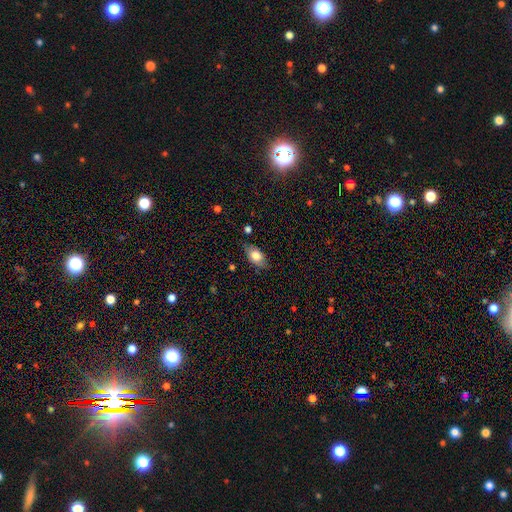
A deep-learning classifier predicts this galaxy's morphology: Smooth or featured: smooth — 75% (featured or disk — 17%)
How rounded: in between — 88% (round — 8%)
Merging: none — 79% (minor disturbance — 17%)